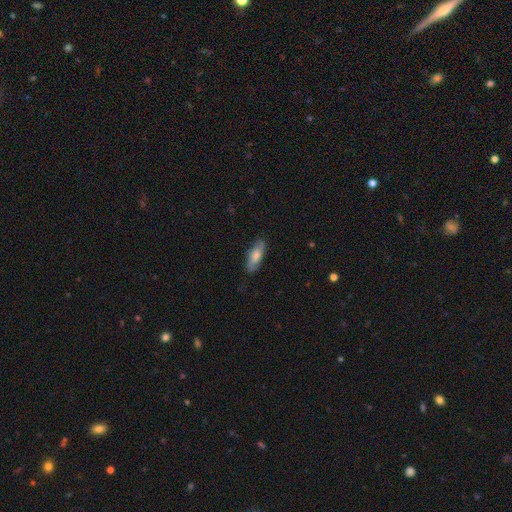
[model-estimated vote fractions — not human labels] The model was most divided on "how rounded": in between: 65%, cigar-shaped: 33%, round: 2%. More confident: merging — none (82%); smooth or featured — smooth (67%).